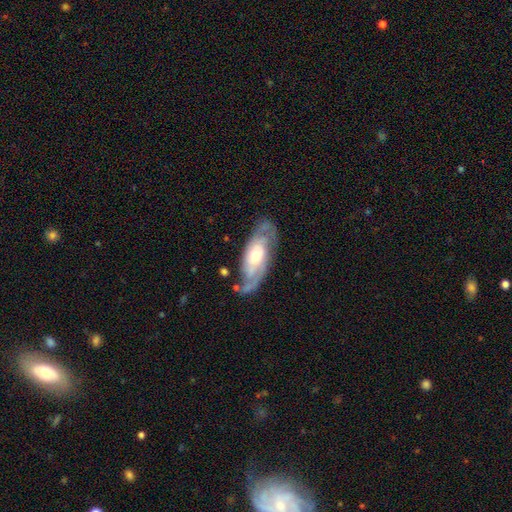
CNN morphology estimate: Q: Smooth or featured?
A: featured or disk (81%); runner-up: smooth (14%)
Q: Edge-on disk?
A: no (90%); runner-up: yes (10%)
Q: Bar?
A: no (63%); runner-up: weak (28%)
Q: Spiral arms?
A: yes (93%); runner-up: no (7%)
Q: Spiral winding?
A: medium (42%); tied with: tight (42%)
Q: Spiral arm count?
A: 2 (71%); runner-up: can't tell (15%)
Q: Bulge size?
A: moderate (54%); runner-up: small (27%)
Q: Merging?
A: none (71%); runner-up: minor disturbance (19%)